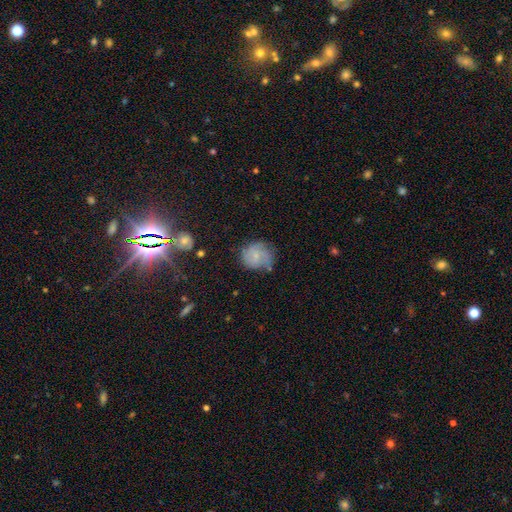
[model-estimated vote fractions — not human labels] Overall: smooth (57%; featured or disk 34%). How rounded: round (80%). Merging: none (59%; minor disturbance 27%).